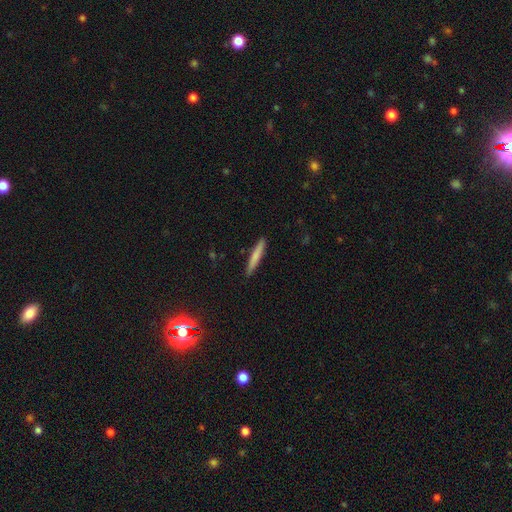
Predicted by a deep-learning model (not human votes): Overall: smooth (72%). How rounded: cigar-shaped (94%). Merging: none (90%).